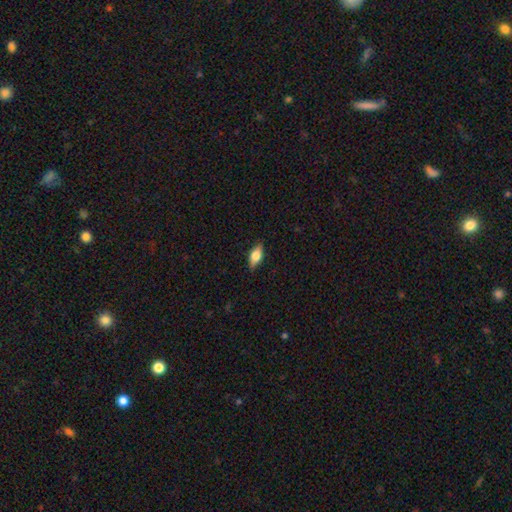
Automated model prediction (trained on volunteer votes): smooth_or_featured: smooth (p=0.63) [alt: featured or disk p=0.30]
how_rounded: in between (p=0.80) [alt: cigar-shaped p=0.15]
merging: none (p=0.85) [alt: minor disturbance p=0.12]